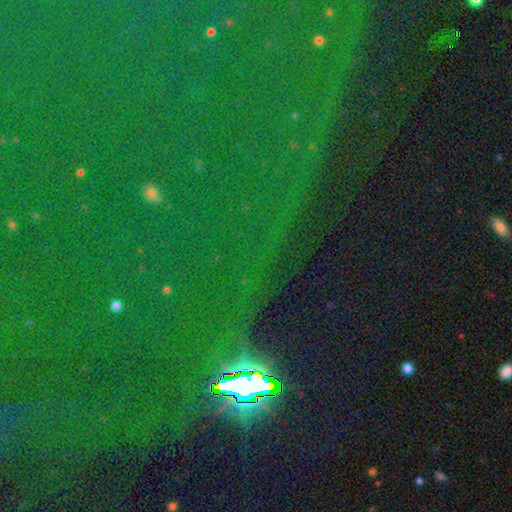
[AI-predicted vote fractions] Smooth or featured? Predicted: star or artifact (p=0.86).